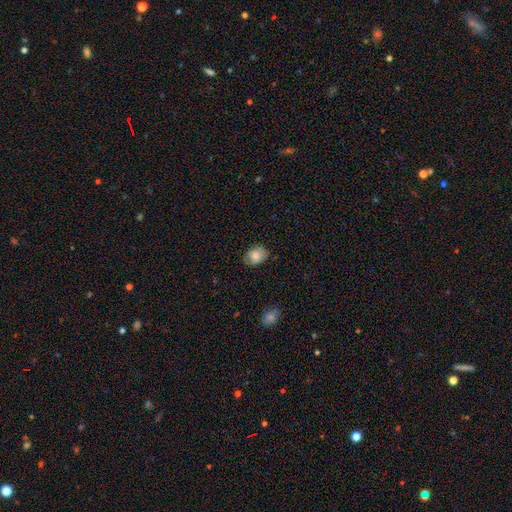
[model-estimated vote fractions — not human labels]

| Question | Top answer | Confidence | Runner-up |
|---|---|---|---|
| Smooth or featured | smooth | 81% | featured or disk (12%) |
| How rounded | in between | 65% | round (34%) |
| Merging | none | 77% | minor disturbance (19%) |